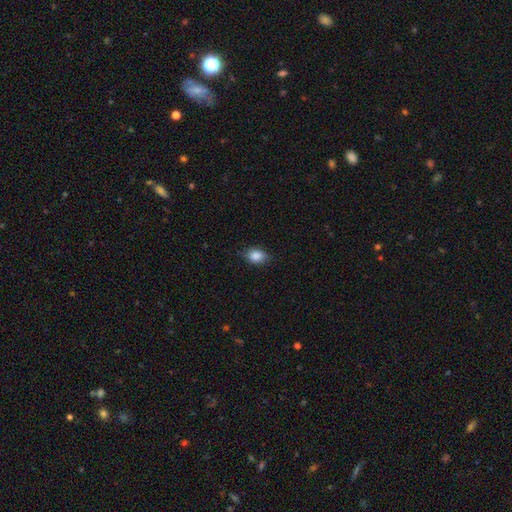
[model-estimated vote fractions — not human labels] smooth-or-featured: smooth: 85% | star or artifact: 8% | featured or disk: 7%
  how-rounded: in between: 73% | round: 25% | cigar-shaped: 2%
  merging: none: 75% | minor disturbance: 21% | major disturbance: 3% | merger: 1%